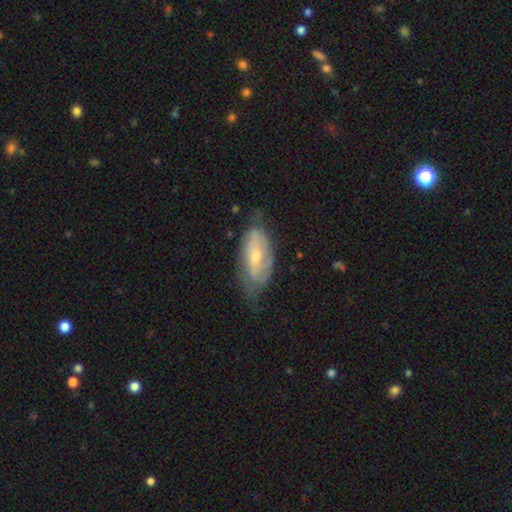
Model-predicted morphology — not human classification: smooth-or-featured: featured or disk: 59% | smooth: 35% | star or artifact: 7%
  disk-edge-on: no: 87% | yes: 13%
    bar: no: 57% | weak: 33% | strong: 11%
    has-spiral-arms: yes: 68% | no: 32%
    bulge-size: small: 50% | moderate: 45% | large: 2% | none: 2% | dominant: 1%
  merging: none: 55% | minor disturbance: 32% | major disturbance: 11% | merger: 2%